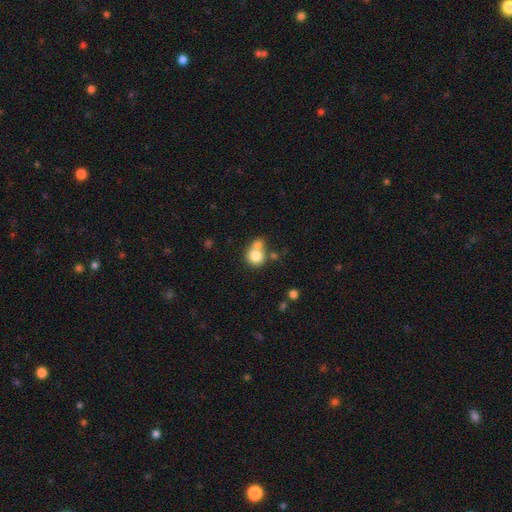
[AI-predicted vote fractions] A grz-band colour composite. It shows a smooth galaxy with no disk features (78%) that is round (86%). Merging: merger (46%).